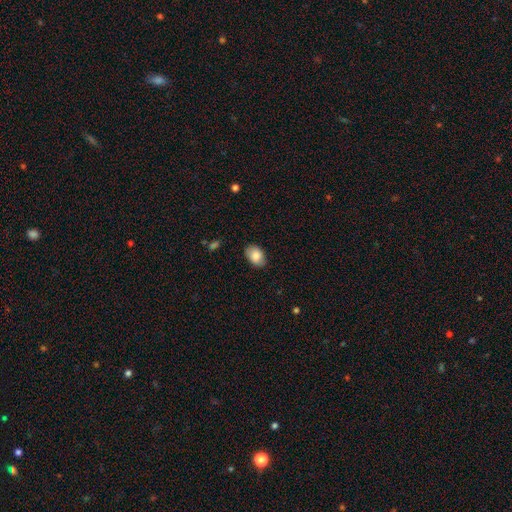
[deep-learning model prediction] Overall: smooth (85%). How rounded: in between (86%). Merging: none (83%).